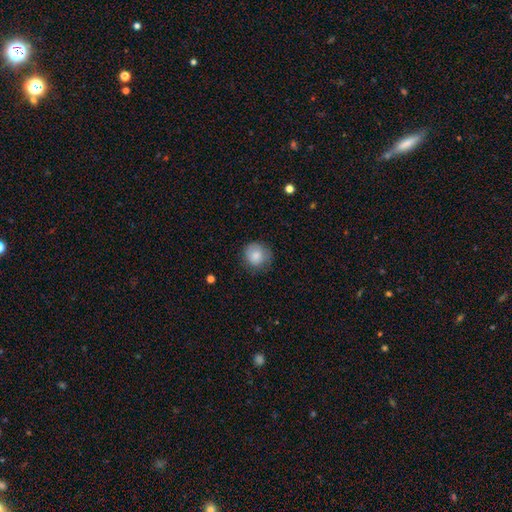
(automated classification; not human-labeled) This appears to be a smooth galaxy with no disk features (84%) that is round (87%). Merging: none (73%).